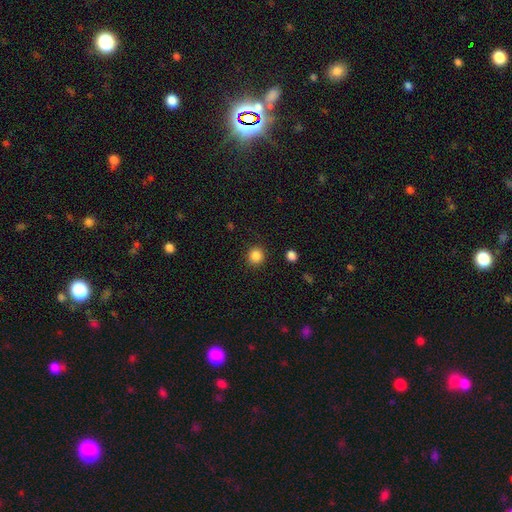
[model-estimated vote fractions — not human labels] This appears to be a smooth galaxy with no disk features (86%) that is round (91%). Merging: none (90%).